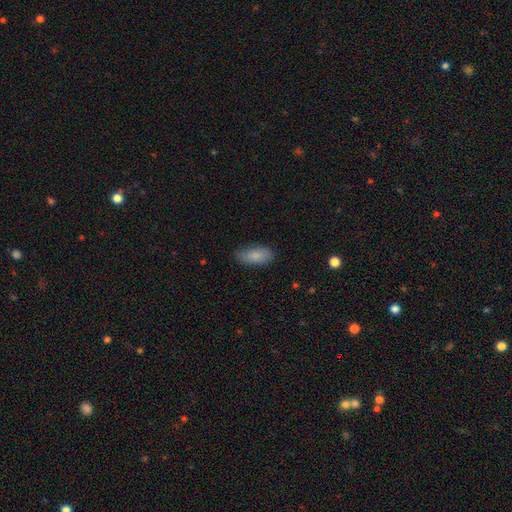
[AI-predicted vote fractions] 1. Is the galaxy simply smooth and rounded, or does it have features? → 84% smooth, 9% featured or disk, 6% star or artifact.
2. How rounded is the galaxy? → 88% in between, 10% cigar-shaped, 2% round.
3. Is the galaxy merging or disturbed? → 80% none, 16% minor disturbance, 3% major disturbance, 1% merger.